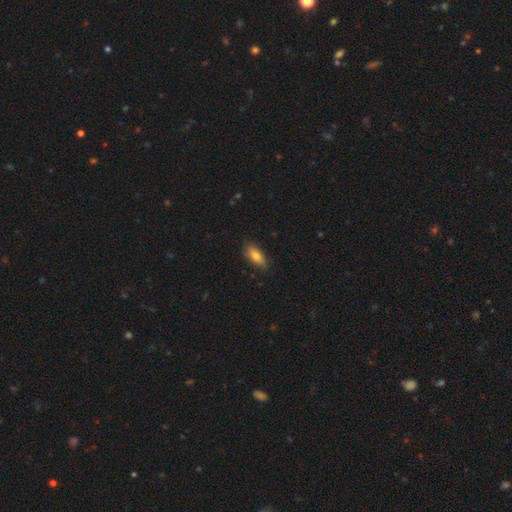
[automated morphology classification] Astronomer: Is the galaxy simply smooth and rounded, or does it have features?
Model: smooth — 78%.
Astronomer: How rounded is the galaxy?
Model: in between — 80%.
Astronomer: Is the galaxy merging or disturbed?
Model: none — 79%.